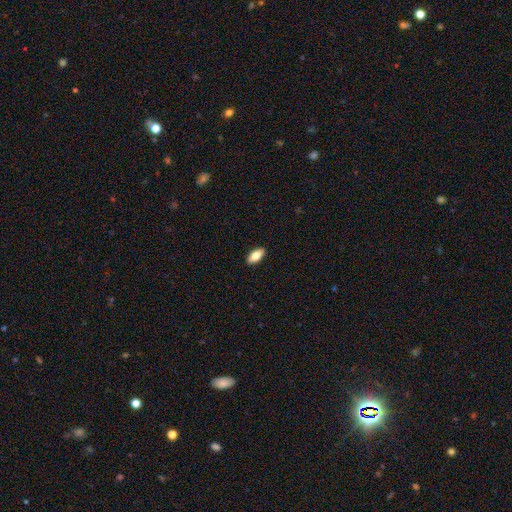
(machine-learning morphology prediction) Q: Smooth or featured?
A: smooth (78%); runner-up: featured or disk (15%)
Q: How rounded?
A: in between (87%); runner-up: cigar-shaped (10%)
Q: Merging?
A: none (91%); runner-up: minor disturbance (7%)